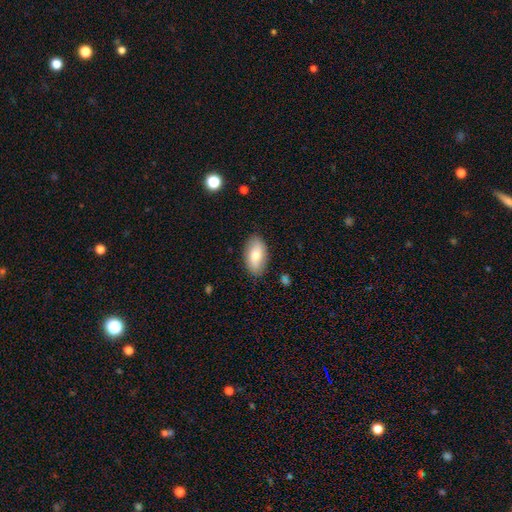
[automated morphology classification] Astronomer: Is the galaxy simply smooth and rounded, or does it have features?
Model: smooth — 75%.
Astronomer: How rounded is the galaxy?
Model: in between — 94%.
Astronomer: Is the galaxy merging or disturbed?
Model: none — 85%.